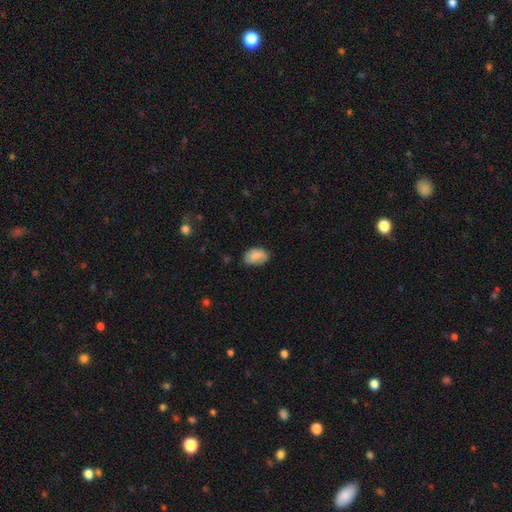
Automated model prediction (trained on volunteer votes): The model was most divided on "merging": none: 71%, minor disturbance: 24%, major disturbance: 4%, merger: 1%. More confident: how rounded — in between (89%); smooth or featured — smooth (83%).